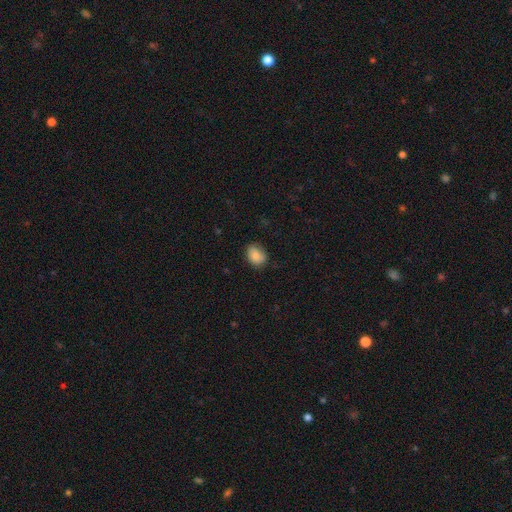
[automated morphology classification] This appears to be a smooth galaxy with no disk features (85%) that is in between round and cigar-shaped (60%). Merging: none (77%).